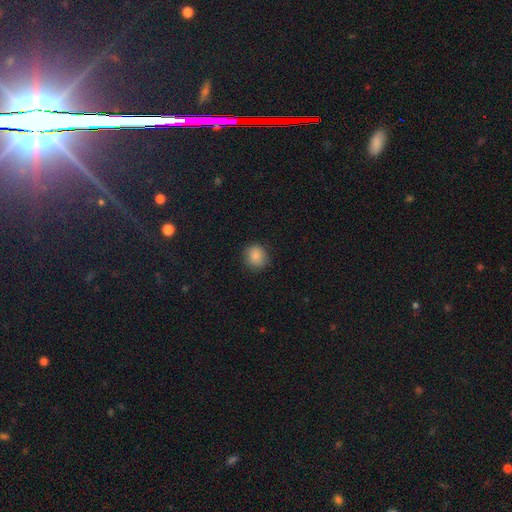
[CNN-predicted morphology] This appears to be a smooth galaxy with no disk features (86%) that is round (87%). Merging: none (86%).